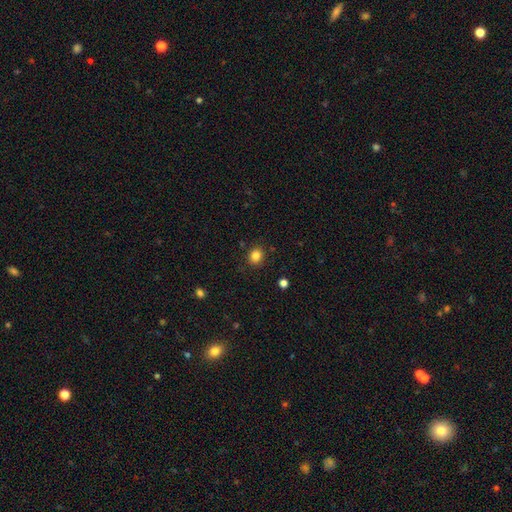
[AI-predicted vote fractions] The model was most divided on "how rounded": round: 73%, in between: 26%, cigar-shaped: 1%. More confident: merging — none (86%); smooth or featured — smooth (84%).